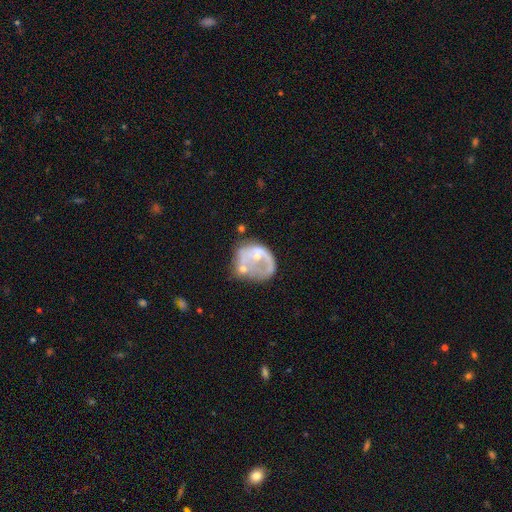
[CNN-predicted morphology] type=featured or disk (57%); edge-on=no (98%); bar=no (84%); spiral arms=no (76%); bulge=small (46%); merging=major disturbance (31%).